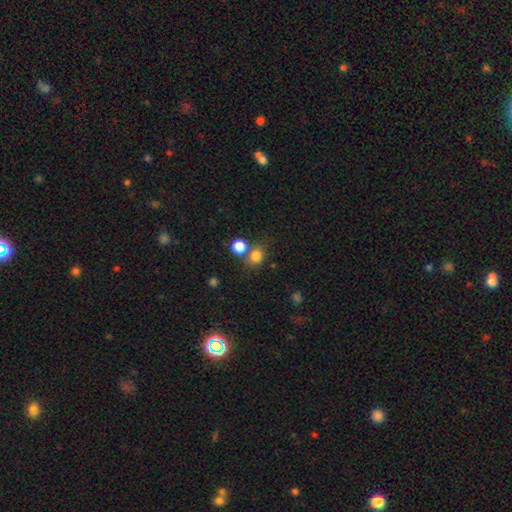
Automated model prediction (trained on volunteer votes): Overall: smooth (81%). How rounded: round (72%). Merging: none (54%; merger 31%).